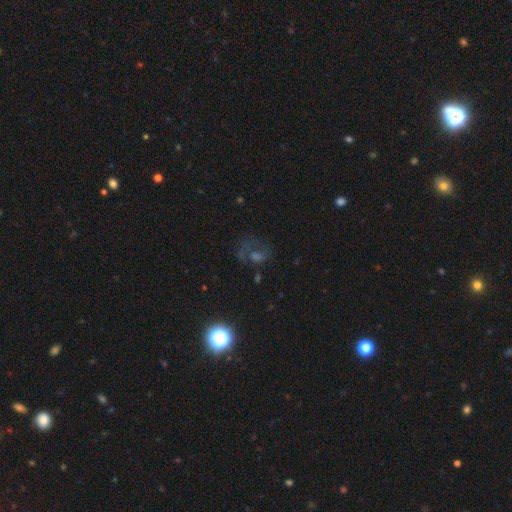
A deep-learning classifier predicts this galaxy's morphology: star or artifact 37%, featured or disk 35%, smooth 28%.